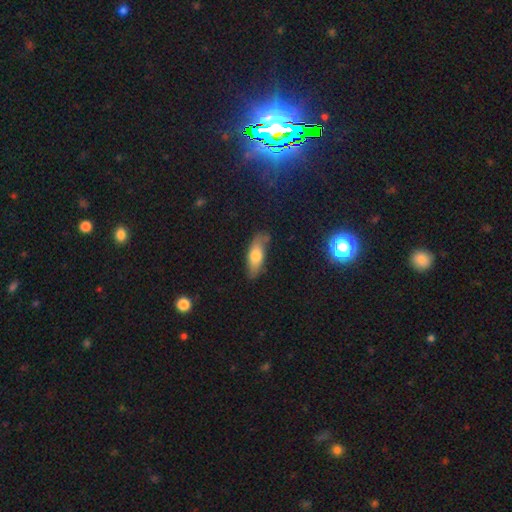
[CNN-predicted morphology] A smooth galaxy with no disk features (68%) that is in between round and cigar-shaped (65%). Merging: none (72%).